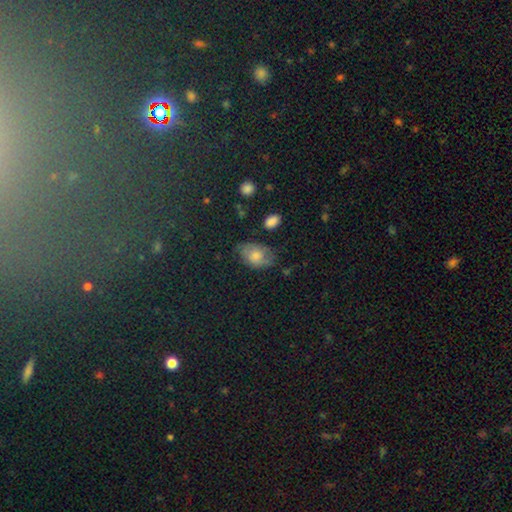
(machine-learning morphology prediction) Smooth or featured?
  - smooth: 69% *
  - featured or disk: 21%
  - star or artifact: 10%
How rounded?
  - in between: 83% *
  - round: 15%
  - cigar-shaped: 1%
Merging?
  - none: 58% *
  - minor disturbance: 29%
  - major disturbance: 10%
  - merger: 3%